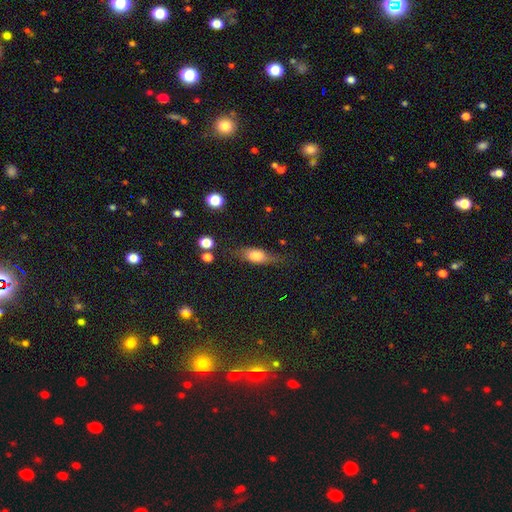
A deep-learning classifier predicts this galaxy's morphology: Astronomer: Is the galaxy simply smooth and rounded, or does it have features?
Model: smooth — 69%.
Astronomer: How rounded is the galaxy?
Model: in between — 73%.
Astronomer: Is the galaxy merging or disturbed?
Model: none — 60%.